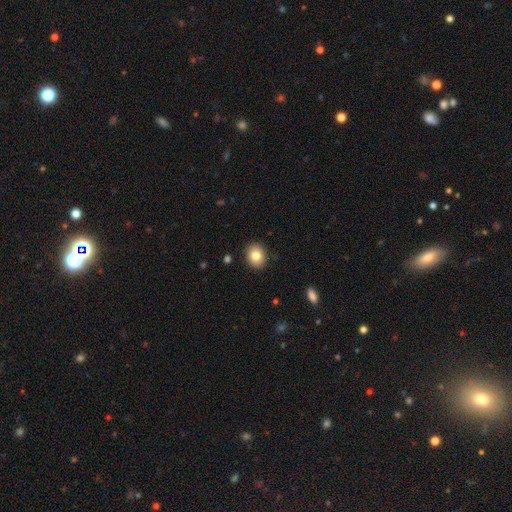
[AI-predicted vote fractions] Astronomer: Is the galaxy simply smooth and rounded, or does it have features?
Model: smooth — 82%.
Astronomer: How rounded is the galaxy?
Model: round — 58% (runner-up: in between, 41%).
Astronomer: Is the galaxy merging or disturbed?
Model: none — 91%.